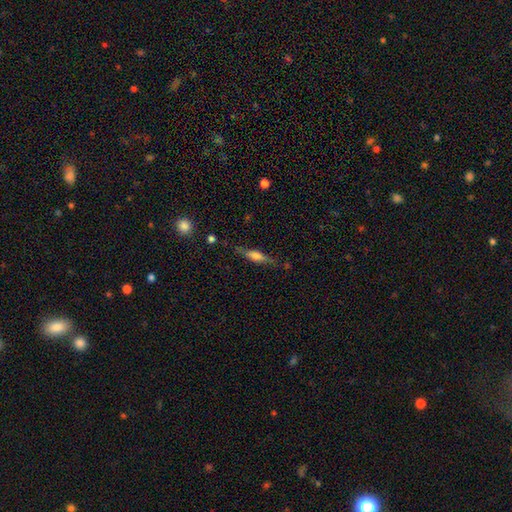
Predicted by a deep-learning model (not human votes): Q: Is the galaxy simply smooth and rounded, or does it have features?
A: smooth — 47%.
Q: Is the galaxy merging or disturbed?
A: none — 75%.